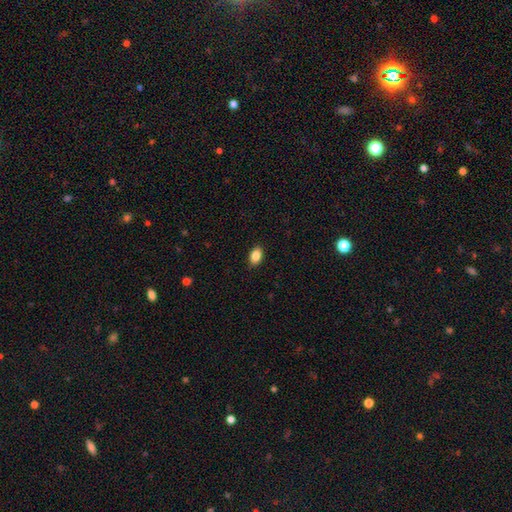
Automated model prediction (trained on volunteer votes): smooth_or_featured: smooth (p=0.86) [alt: star or artifact p=0.08]
how_rounded: in between (p=0.86) [alt: round p=0.12]
merging: none (p=0.89) [alt: minor disturbance p=0.09]